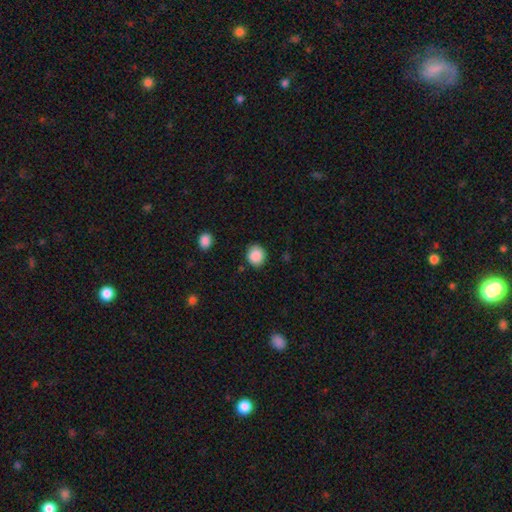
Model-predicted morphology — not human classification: Q: Smooth or featured?
A: smooth (88%); runner-up: star or artifact (8%)
Q: How rounded?
A: round (82%); runner-up: in between (17%)
Q: Merging?
A: none (86%); runner-up: minor disturbance (10%)